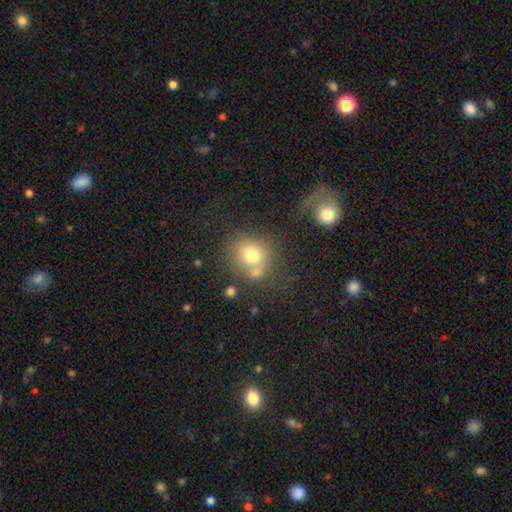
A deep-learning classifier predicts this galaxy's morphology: type=smooth (64%); roundness=round (81%); merging=none (52%).